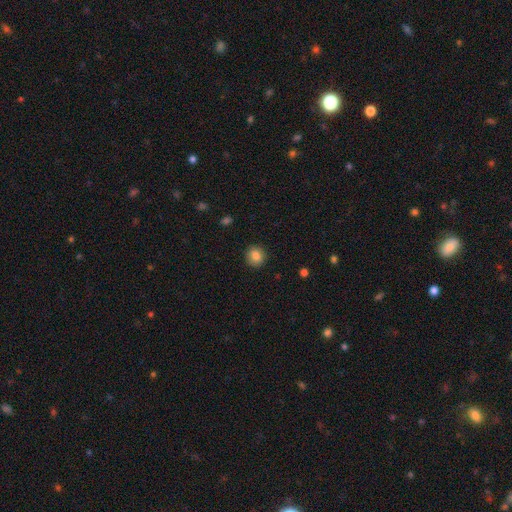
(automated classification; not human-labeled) Smooth or featured? smooth (84%)
How rounded? round (84%)
Merging? none (90%)